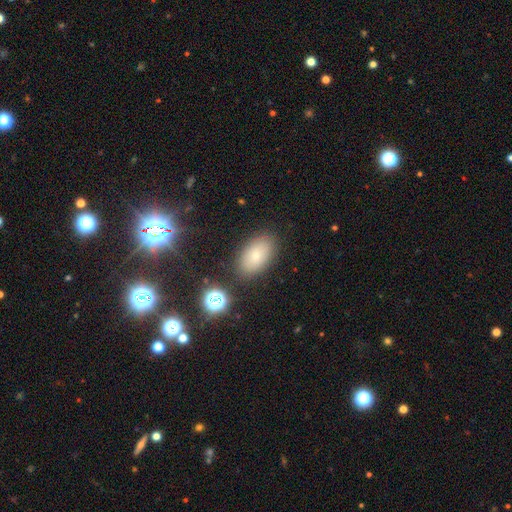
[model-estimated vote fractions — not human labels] Q: Smooth or featured?
A: smooth (75%); runner-up: featured or disk (13%)
Q: How rounded?
A: in between (92%); runner-up: round (6%)
Q: Merging?
A: none (84%); runner-up: minor disturbance (10%)